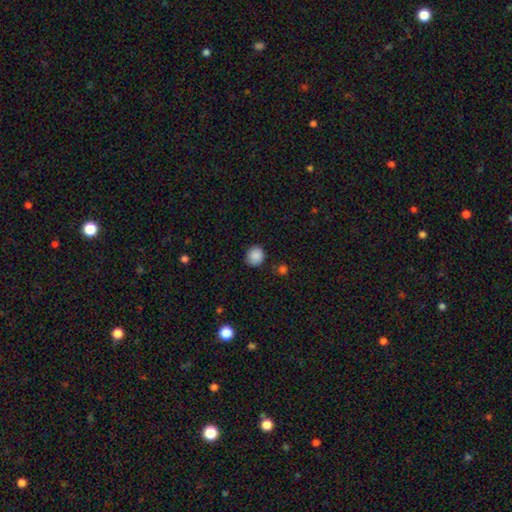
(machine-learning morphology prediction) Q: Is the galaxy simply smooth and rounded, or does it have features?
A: smooth — 88%.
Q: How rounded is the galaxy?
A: round — 85%.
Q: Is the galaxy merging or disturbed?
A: none — 84%.